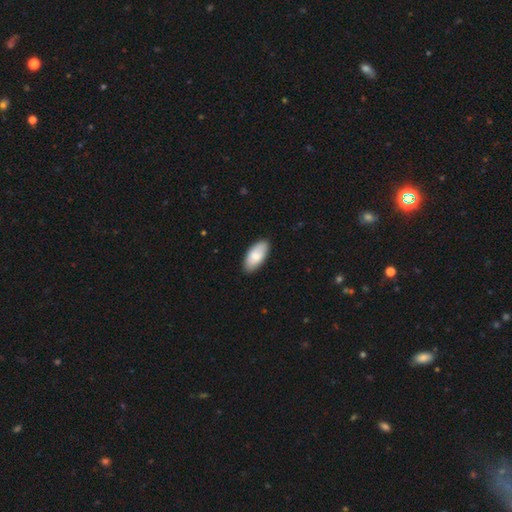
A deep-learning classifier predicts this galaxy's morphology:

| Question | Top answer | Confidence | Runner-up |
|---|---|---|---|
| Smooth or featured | smooth | 81% | featured or disk (14%) |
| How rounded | in between | 92% | cigar-shaped (6%) |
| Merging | none | 87% | minor disturbance (10%) |